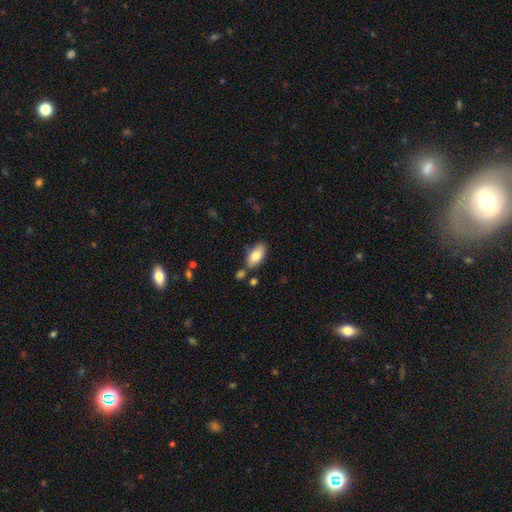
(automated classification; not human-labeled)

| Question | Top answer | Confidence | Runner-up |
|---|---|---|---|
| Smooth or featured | smooth | 81% | featured or disk (12%) |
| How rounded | in between | 91% | cigar-shaped (6%) |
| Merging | none | 72% | minor disturbance (16%) |